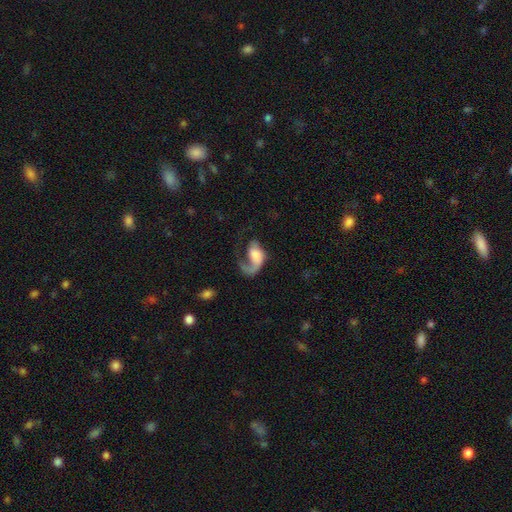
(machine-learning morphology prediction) type=featured or disk (66%); edge-on=no (97%); bar=no (68%); spiral arms=yes (89%); winding=loose (61%); arm count=1 (86%); bulge=large (32%); merging=major disturbance (51%).